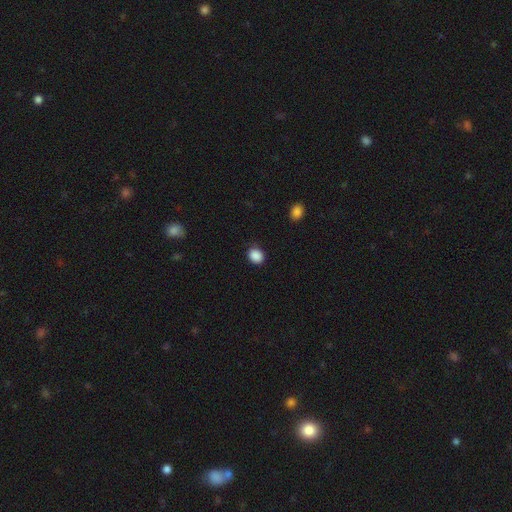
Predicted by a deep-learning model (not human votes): Morphology: type=smooth (88%); roundness=round (61%); merging=none (85%).